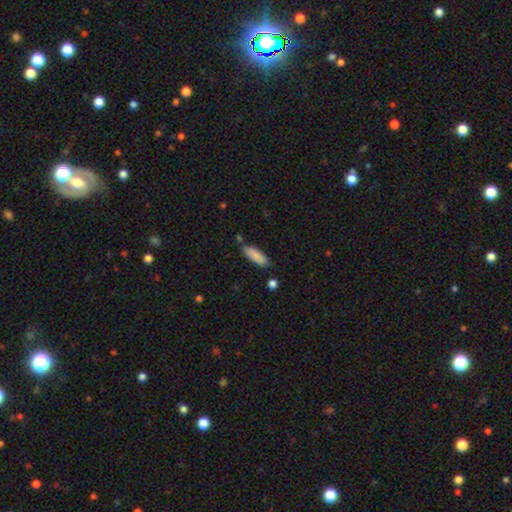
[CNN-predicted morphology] smooth-or-featured: smooth: 87% | featured or disk: 7% | star or artifact: 6%
  how-rounded: in between: 58% | cigar-shaped: 41% | round: 2%
  merging: none: 79% | minor disturbance: 13% | merger: 5% | major disturbance: 3%